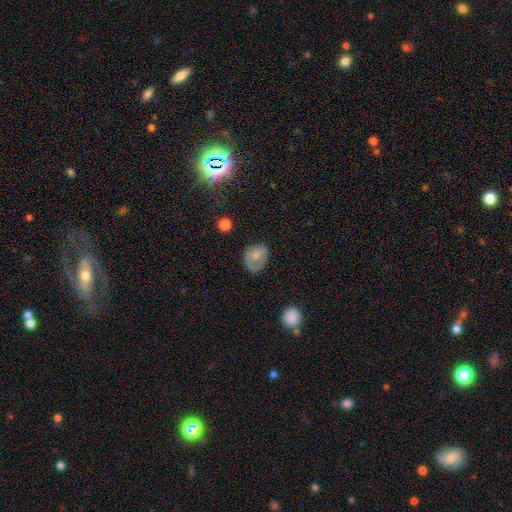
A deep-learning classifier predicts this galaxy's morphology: This appears to be a smooth galaxy with no disk features (67%) that is in between round and cigar-shaped (59%). Merging: none (50%).